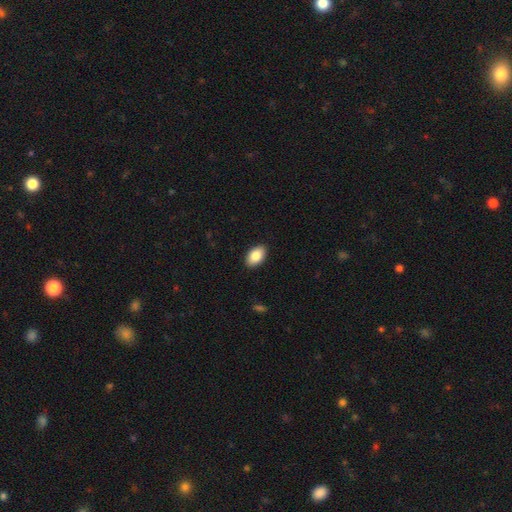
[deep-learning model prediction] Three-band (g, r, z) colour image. It shows a smooth galaxy with no disk features (84%) that is in between round and cigar-shaped (93%). Merging: none (90%).